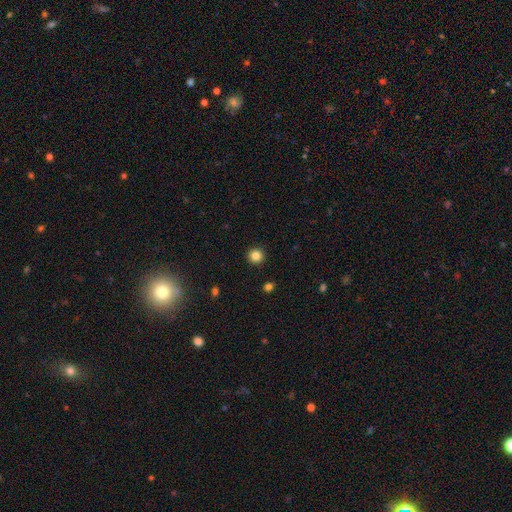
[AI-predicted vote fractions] This appears to be a smooth galaxy with no disk features (84%) that is round (96%). Merging: none (93%).